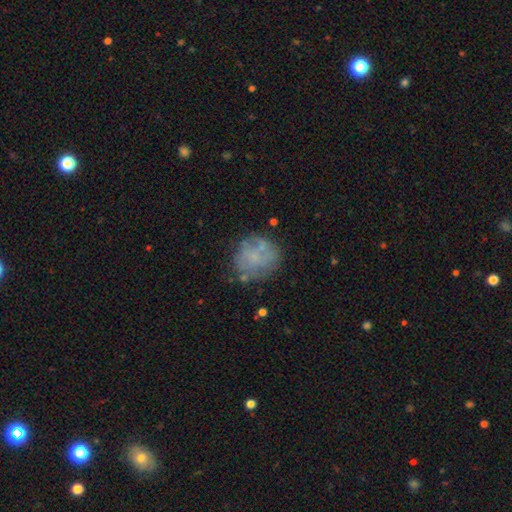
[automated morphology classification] Smooth or featured? featured or disk (45%)
Merging? none (63%)